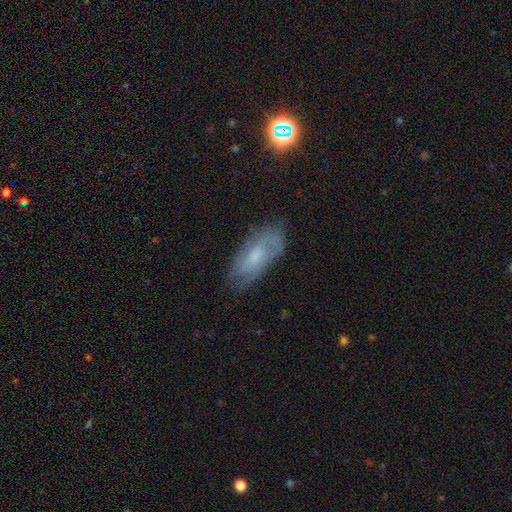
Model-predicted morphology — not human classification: Q: Smooth or featured?
A: featured or disk (56%); runner-up: smooth (34%)
Q: Edge-on disk?
A: no (88%); runner-up: yes (12%)
Q: Merging?
A: none (73%); runner-up: minor disturbance (20%)